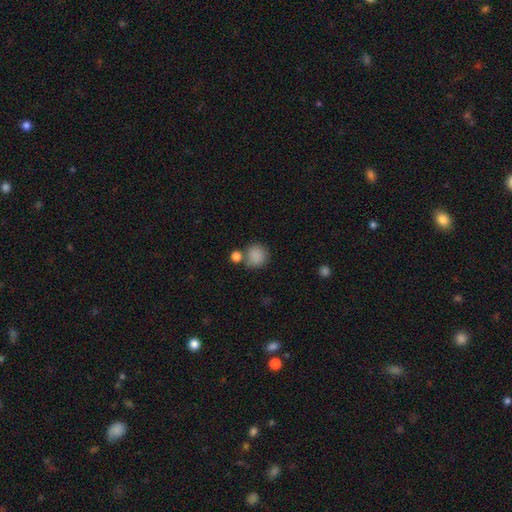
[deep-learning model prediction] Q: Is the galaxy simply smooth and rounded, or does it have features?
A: smooth — 86%.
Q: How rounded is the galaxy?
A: round — 88%.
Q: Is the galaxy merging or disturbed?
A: none — 67%.